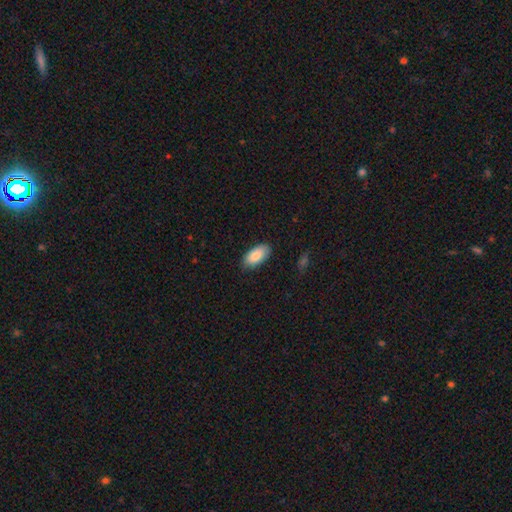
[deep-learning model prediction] Smooth or featured? Predicted: smooth (p=0.86). How rounded? Predicted: in between (p=0.93). Merging? Predicted: none (p=0.83).